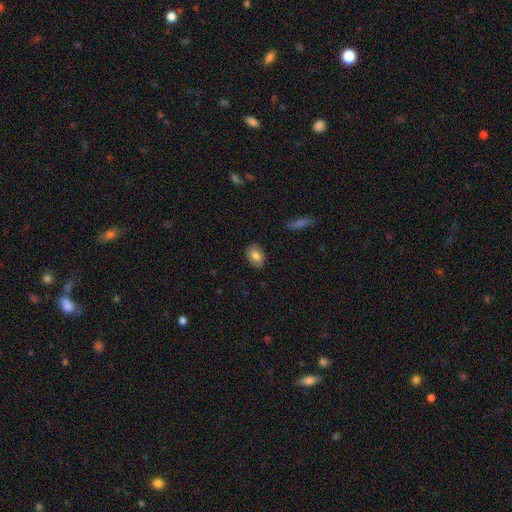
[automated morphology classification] A smooth galaxy with no disk features (80%) that is in between round and cigar-shaped (79%). Merging: none (86%).